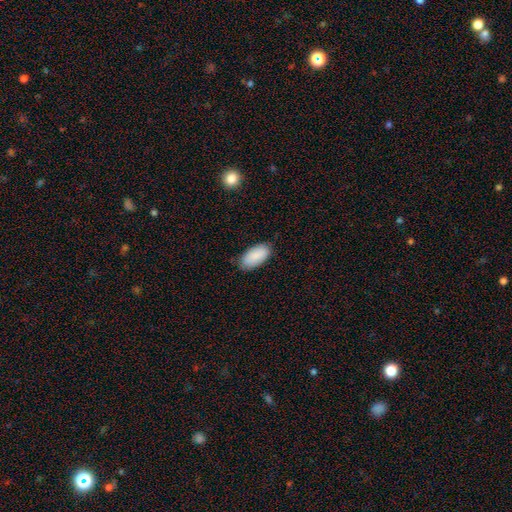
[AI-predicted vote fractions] Morphology: type=smooth (89%); roundness=in between (94%); merging=none (82%).